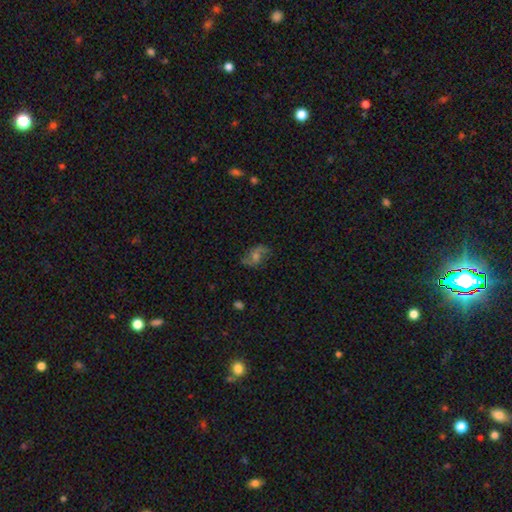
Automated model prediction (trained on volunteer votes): Overall: featured or disk (65%). Edge-on disk: no (96%). Bar: no (52%; weak 37%). Spiral arms: yes (91%). Spiral arm count: 2 (89%). Spiral winding: loose (55%; medium 34%). Bulge size: moderate (52%; small 34%). Merging: none (76%).